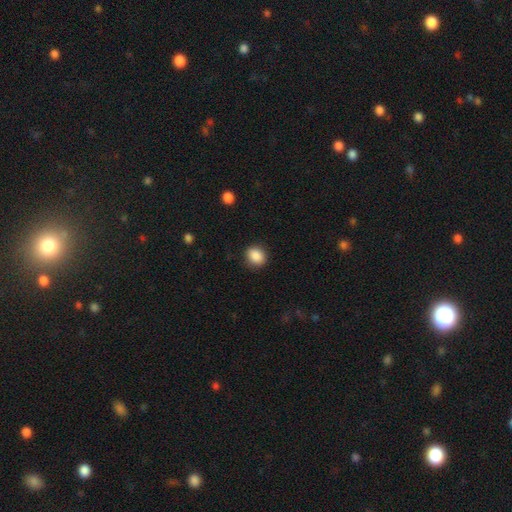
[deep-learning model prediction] smooth 88%, star or artifact 8%, featured or disk 3%. Down the decision tree: how rounded — round (62%); merging — none (87%).